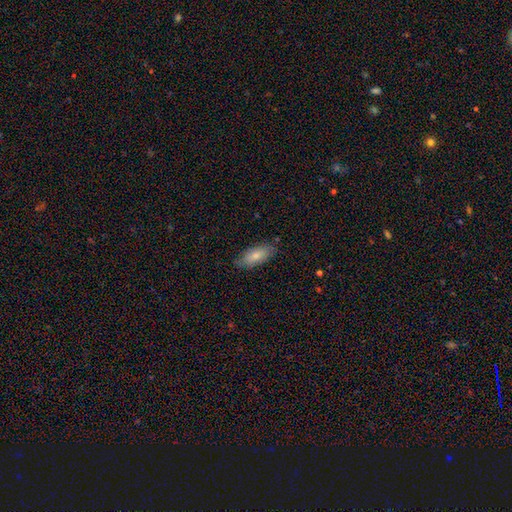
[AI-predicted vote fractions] A smooth galaxy with no disk features (78%) that is in between round and cigar-shaped (82%). Merging: none (81%).